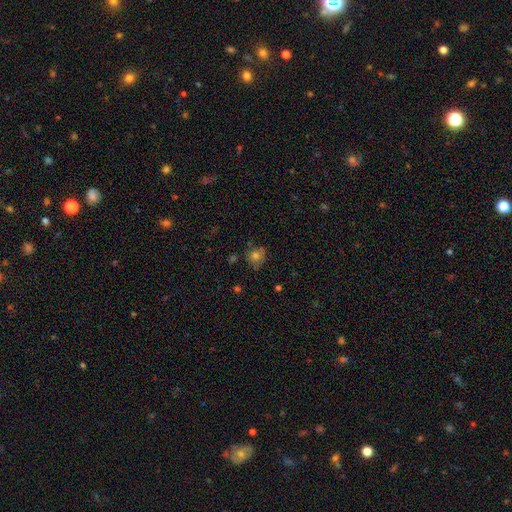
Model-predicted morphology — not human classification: A smooth galaxy with no disk features (76%) that is round (78%). Merging: none (67%).